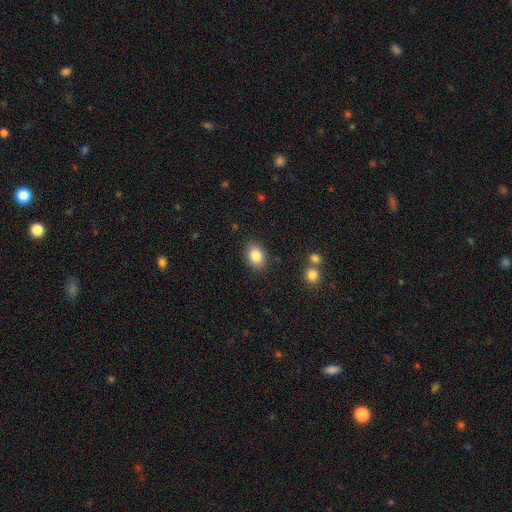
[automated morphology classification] This is clearly a smooth galaxy (85%). How rounded: likely in between (73%). Merging: clearly none (86%).